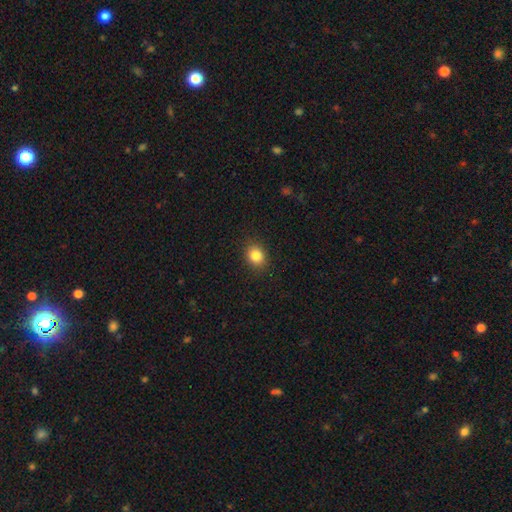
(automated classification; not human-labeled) smooth 84%, star or artifact 11%, featured or disk 6%. Down the decision tree: how rounded — round (66%); merging — none (89%).